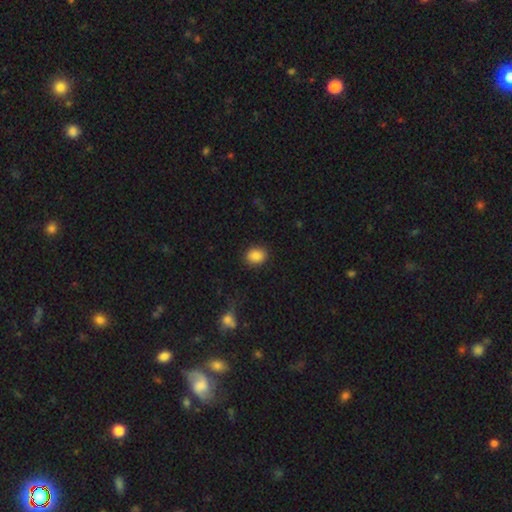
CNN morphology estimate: Smooth or featured? Predicted: smooth (p=0.87). How rounded? Predicted: round (p=0.57). Merging? Predicted: none (p=0.88).